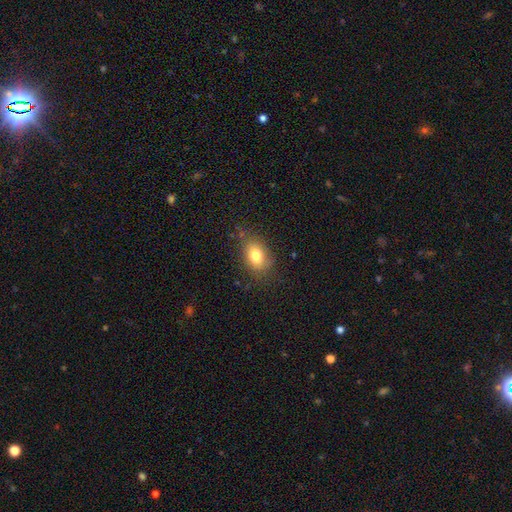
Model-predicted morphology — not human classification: type=smooth (78%); roundness=in between (73%); merging=none (73%).